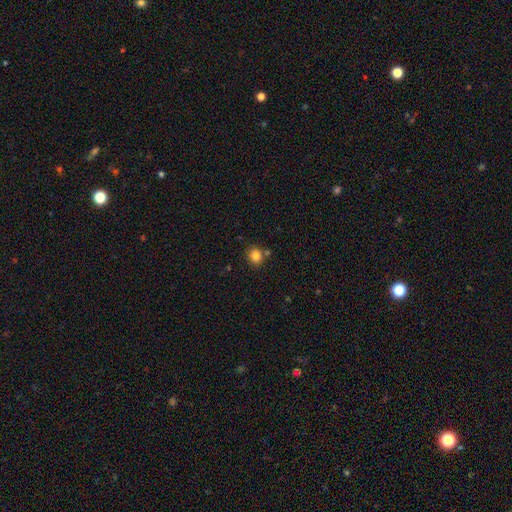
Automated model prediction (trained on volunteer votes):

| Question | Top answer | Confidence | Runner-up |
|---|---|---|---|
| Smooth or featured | smooth | 83% | star or artifact (11%) |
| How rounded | round | 75% | in between (24%) |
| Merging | none | 75% | merger (12%) |